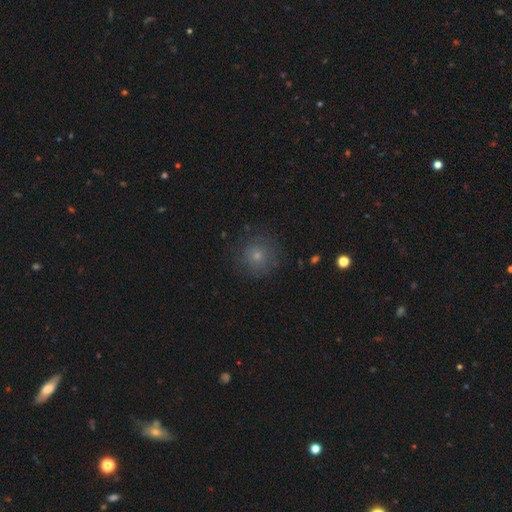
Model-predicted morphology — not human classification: type=smooth (68%); roundness=round (93%); merging=none (81%).